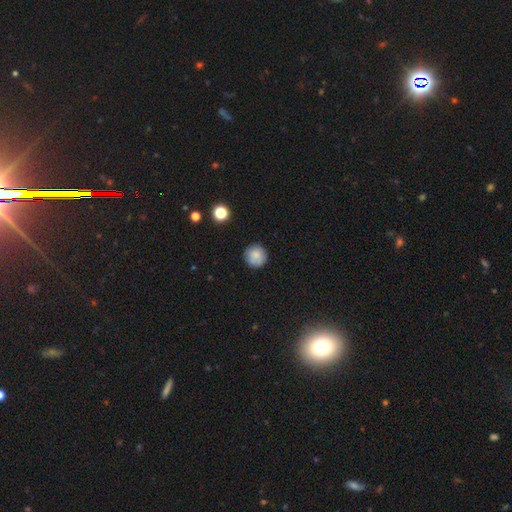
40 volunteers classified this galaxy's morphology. Overall: smooth (90%). How rounded: round (97%). Merging: none (79%).